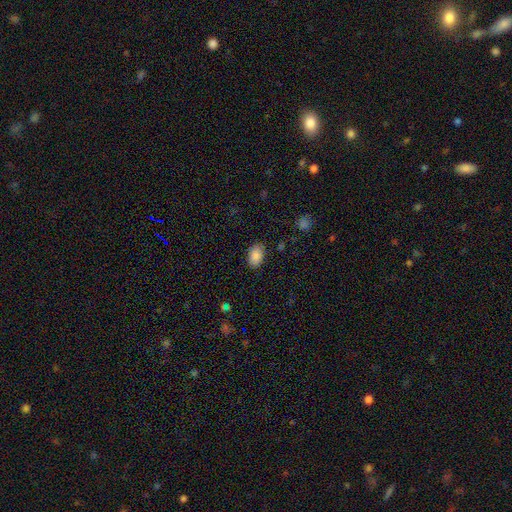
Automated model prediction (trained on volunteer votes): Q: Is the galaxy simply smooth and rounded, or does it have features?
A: smooth — 88%.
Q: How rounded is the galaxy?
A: in between — 89%.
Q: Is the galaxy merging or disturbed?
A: none — 85%.